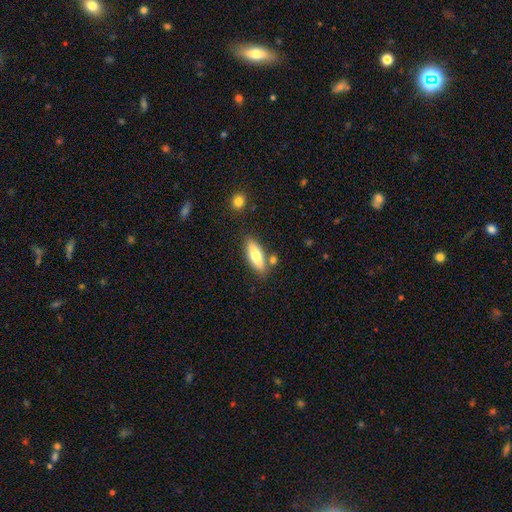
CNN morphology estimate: Smooth or featured: smooth — 71% (featured or disk — 23%)
How rounded: in between — 59% (cigar-shaped — 39%)
Merging: none — 78% (minor disturbance — 12%)